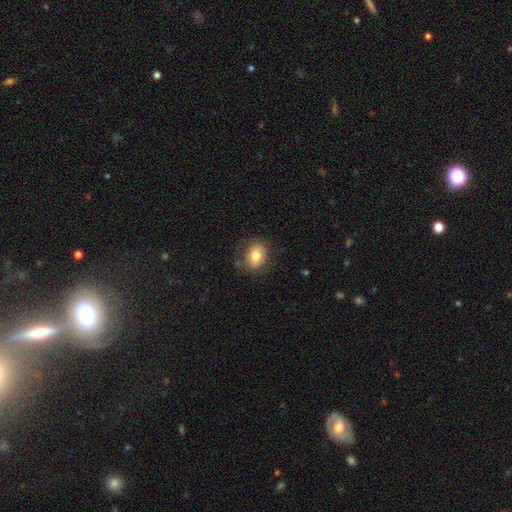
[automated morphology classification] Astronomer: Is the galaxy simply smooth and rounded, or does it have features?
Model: smooth — 78%.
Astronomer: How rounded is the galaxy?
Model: in between — 54% (runner-up: round, 45%).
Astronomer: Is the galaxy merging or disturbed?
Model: none — 80%.